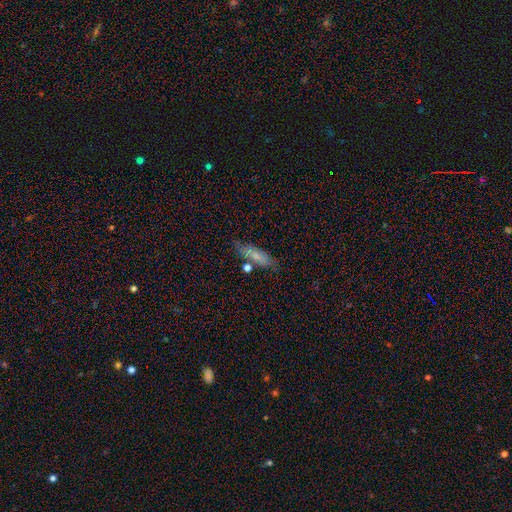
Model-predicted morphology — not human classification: This appears to be a smooth galaxy with no disk features (68%) that is cigar-shaped (51%). Merging: none (71%).